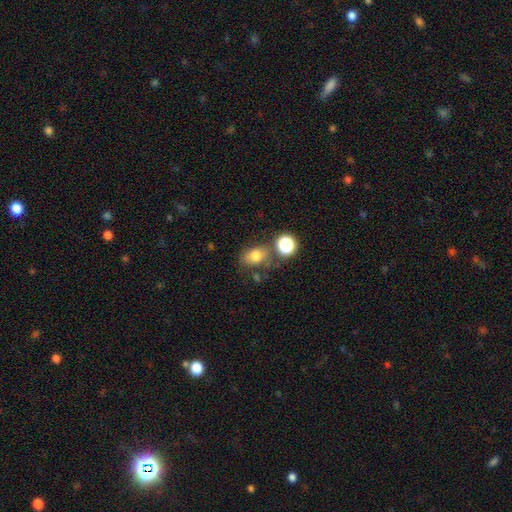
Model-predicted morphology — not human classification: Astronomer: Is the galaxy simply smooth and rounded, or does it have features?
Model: smooth — 74%.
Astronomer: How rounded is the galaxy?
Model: in between — 63%.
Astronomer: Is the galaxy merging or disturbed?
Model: none — 59%.